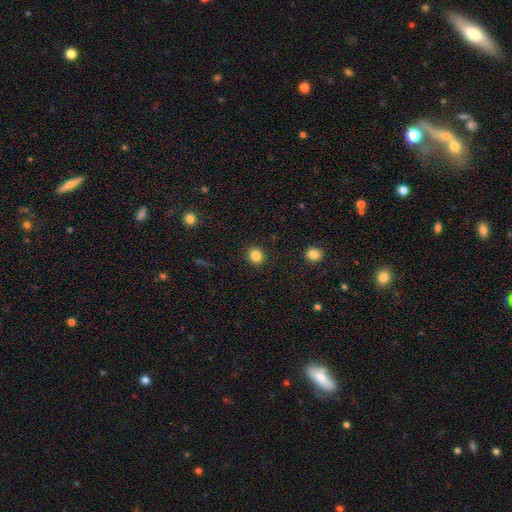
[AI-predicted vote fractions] Smooth or featured?
  - smooth: 85% *
  - star or artifact: 10%
  - featured or disk: 5%
How rounded?
  - round: 64% *
  - in between: 35%
  - cigar-shaped: 1%
Merging?
  - none: 90% *
  - minor disturbance: 6%
  - major disturbance: 2%
  - merger: 1%